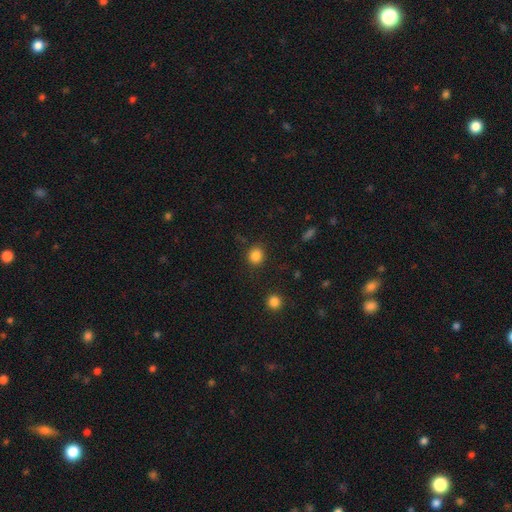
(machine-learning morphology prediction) smooth-or-featured: smooth: 85% | star or artifact: 11% | featured or disk: 4%
  how-rounded: round: 82% | in between: 17% | cigar-shaped: 1%
  merging: none: 88% | minor disturbance: 8% | major disturbance: 3% | merger: 2%